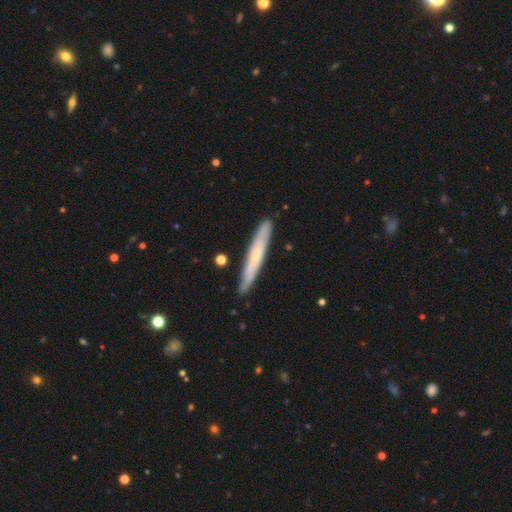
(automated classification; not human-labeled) Smooth or featured?
  - smooth: 49% *
  - featured or disk: 45%
  - star or artifact: 6%
Merging?
  - none: 88% *
  - minor disturbance: 9%
  - merger: 1%
  - major disturbance: 1%